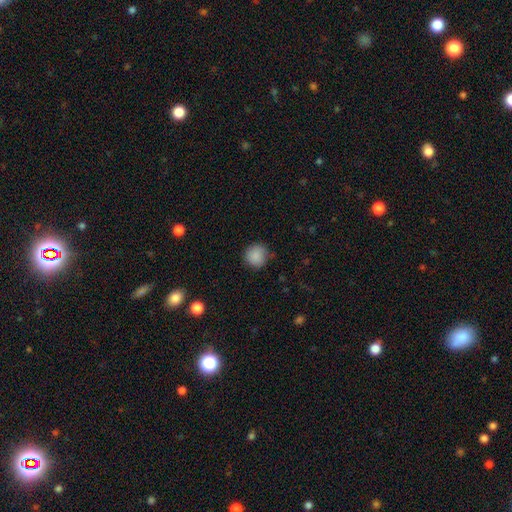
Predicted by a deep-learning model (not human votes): smooth-or-featured: smooth: 88% | star or artifact: 9% | featured or disk: 3%
  how-rounded: round: 91% | in between: 8% | cigar-shaped: 1%
  merging: none: 84% | minor disturbance: 12% | major disturbance: 3% | merger: 1%